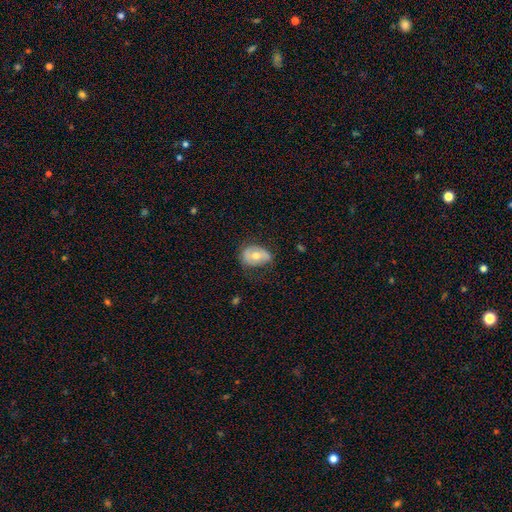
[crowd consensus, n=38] Smooth or featured? 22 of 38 (58%) said smooth. How rounded? 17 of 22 (77%) said in between. Merging? 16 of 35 (46%) said none.